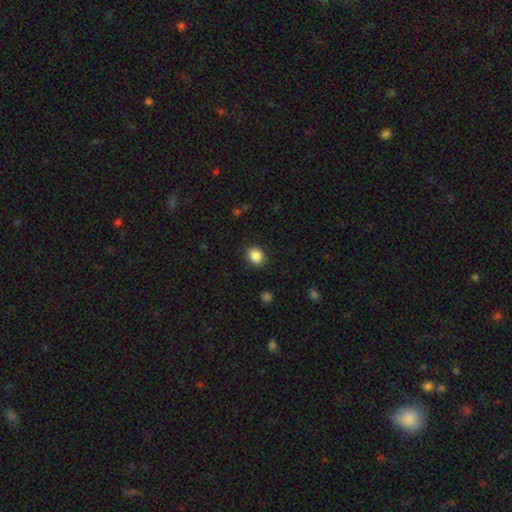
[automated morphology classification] Smooth or featured? smooth (87%)
How rounded? in between (50%)
Merging? none (90%)